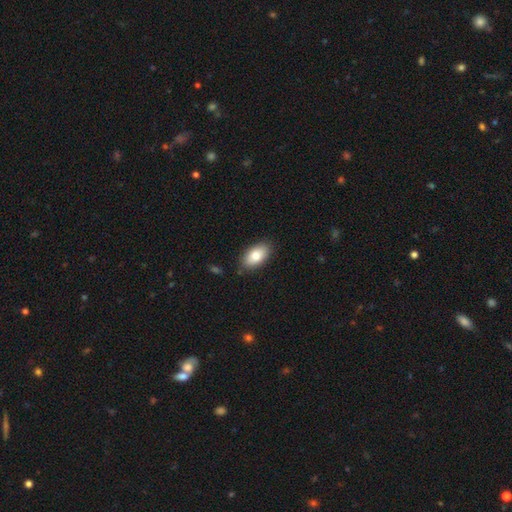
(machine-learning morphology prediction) This is clearly a smooth galaxy (83%). How rounded: clearly in between (93%). Merging: clearly none (85%).